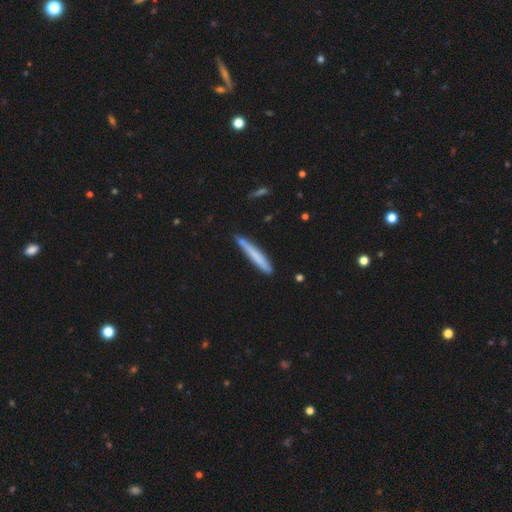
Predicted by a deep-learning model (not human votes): A smooth galaxy with no disk features (70%) that is cigar-shaped (96%).

Vote fractions:
- Smooth or featured? smooth: 70% / featured or disk: 24% / star or artifact: 6%
- How rounded? cigar-shaped: 96% / in between: 3% / round: 1%
- Merging? none: 81% / minor disturbance: 15% / merger: 2% / major disturbance: 2%